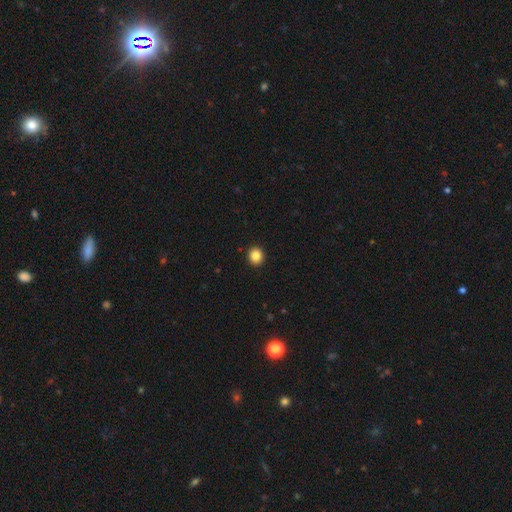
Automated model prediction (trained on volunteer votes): Smooth or featured: smooth — 86% (star or artifact — 10%)
How rounded: round — 81% (in between — 18%)
Merging: none — 93% (minor disturbance — 5%)